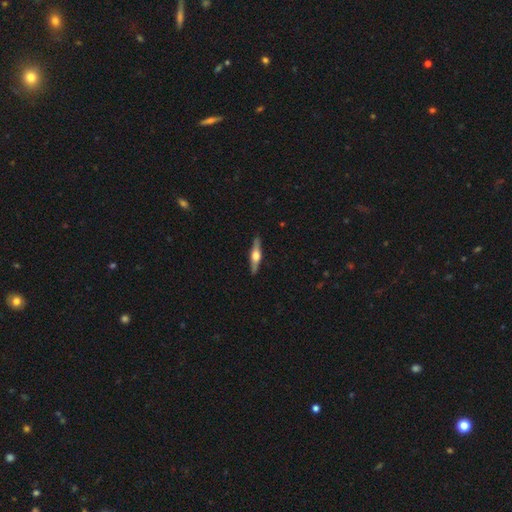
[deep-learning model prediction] Overall: featured or disk (68%). Edge-on disk: yes (97%). Edge-on bulge: rounded (94%). Merging: none (90%).